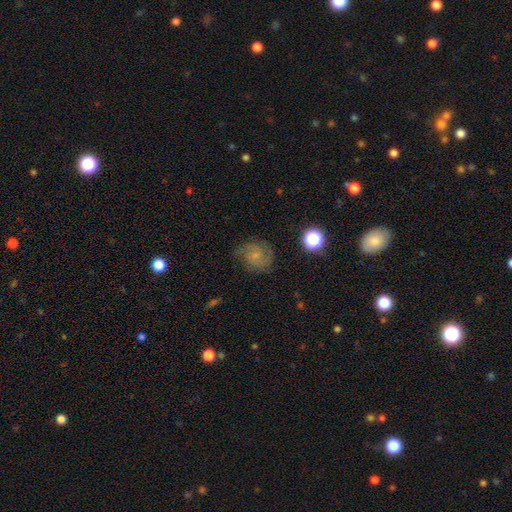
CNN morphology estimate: Smooth or featured: featured or disk — 58% (smooth — 30%)
Edge-on disk: no — 98% (yes — 2%)
Bar: no — 63% (weak — 32%)
Spiral arms: yes — 90% (no — 10%)
Spiral winding: medium — 45% (tight — 40%)
Spiral arm count: 2 — 60% (can't tell — 20%)
Bulge size: small — 53% (none — 26%)
Merging: none — 71% (minor disturbance — 19%)